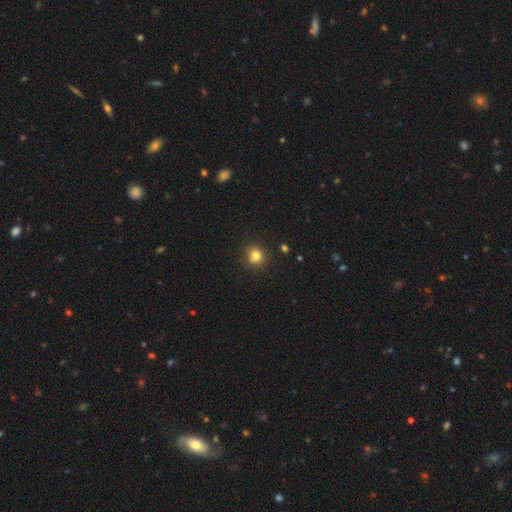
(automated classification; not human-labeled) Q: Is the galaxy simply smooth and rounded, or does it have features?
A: smooth — 81%.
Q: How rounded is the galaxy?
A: round — 86%.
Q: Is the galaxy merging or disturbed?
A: none — 83%.